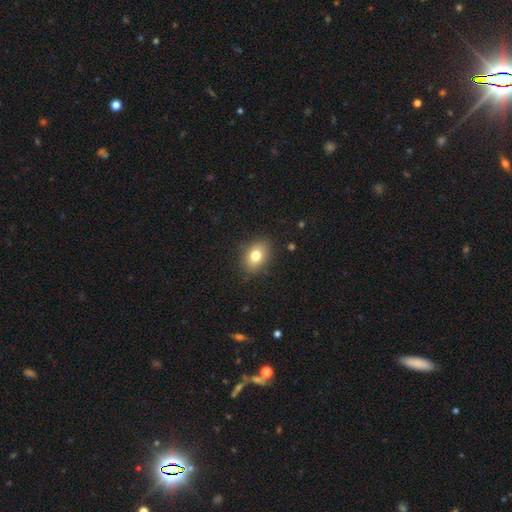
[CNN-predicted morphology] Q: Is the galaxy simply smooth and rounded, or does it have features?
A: smooth — 78%.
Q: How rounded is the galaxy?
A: in between — 76%.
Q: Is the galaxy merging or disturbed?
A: none — 86%.